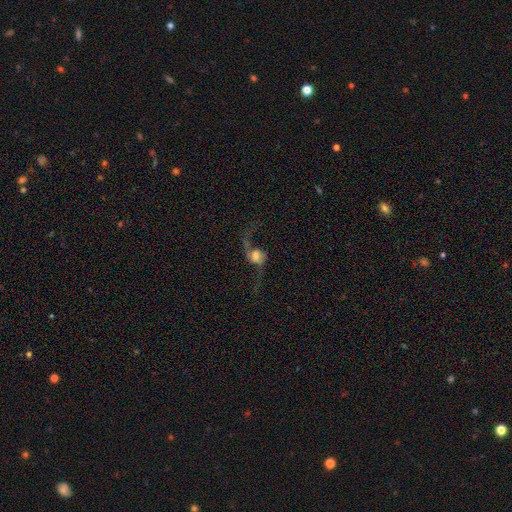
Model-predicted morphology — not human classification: Overall: featured or disk (77%). Edge-on disk: no (93%). Bar: no (54%; weak 33%). Spiral arms: yes (92%). Spiral arm count: 2 (91%). Spiral winding: loose (91%). Bulge size: moderate (43%; large 27%). Merging: none (54%; major disturbance 28%).